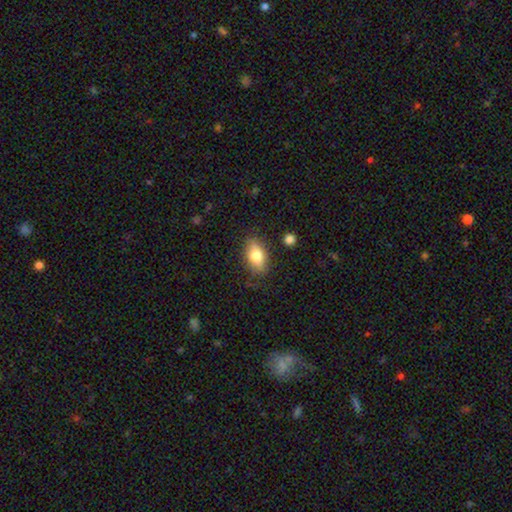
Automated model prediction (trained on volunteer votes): The model was most divided on "smooth or featured": smooth: 73%, featured or disk: 19%, star or artifact: 8%. More confident: how rounded — in between (85%); merging — none (81%).